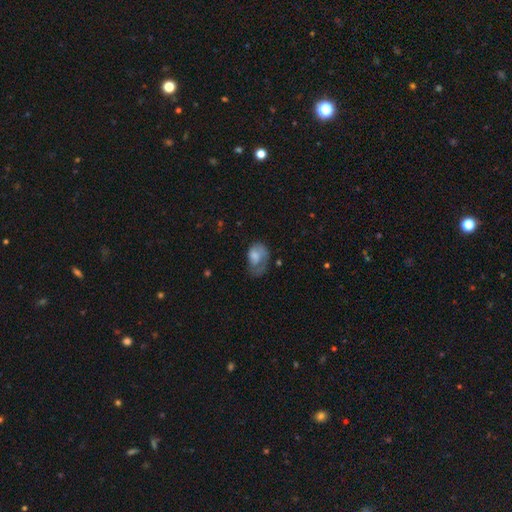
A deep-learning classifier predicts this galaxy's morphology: Smooth or featured? Predicted: smooth (p=0.59). How rounded? Predicted: in between (p=0.78). Merging? Predicted: major disturbance (p=0.43).